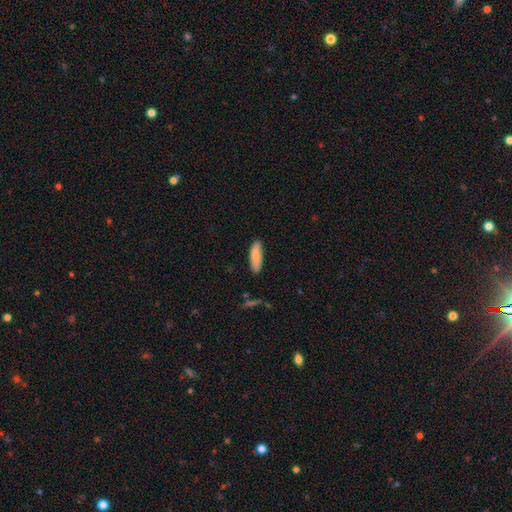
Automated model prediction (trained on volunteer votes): A smooth galaxy with no disk features (85%) that is cigar-shaped (53%). Merging: none (86%).